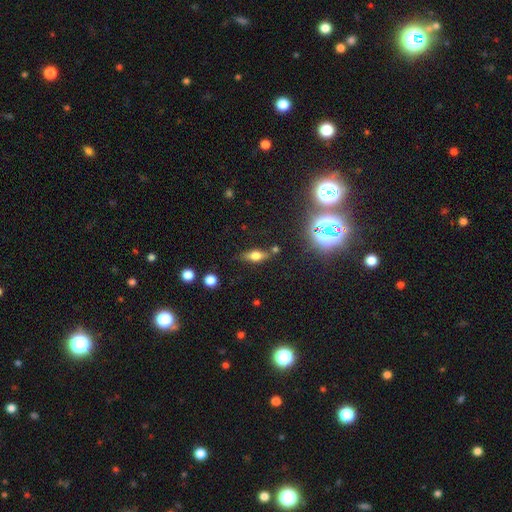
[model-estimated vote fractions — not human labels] Smooth or featured? smooth (48%)
Merging? none (73%)